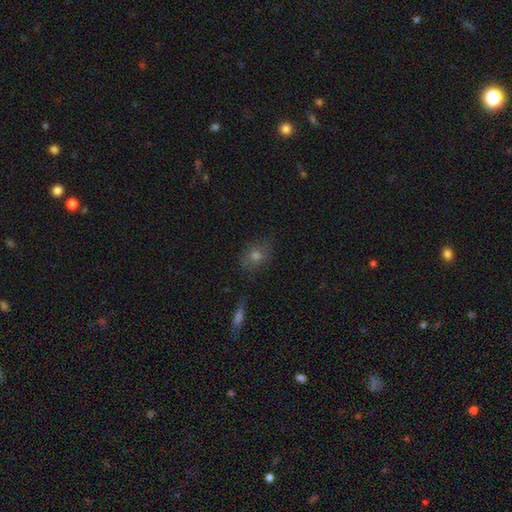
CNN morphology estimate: This appears to be a smooth galaxy with no disk features (62%) that is in between round and cigar-shaped (53%). Merging: none (77%).